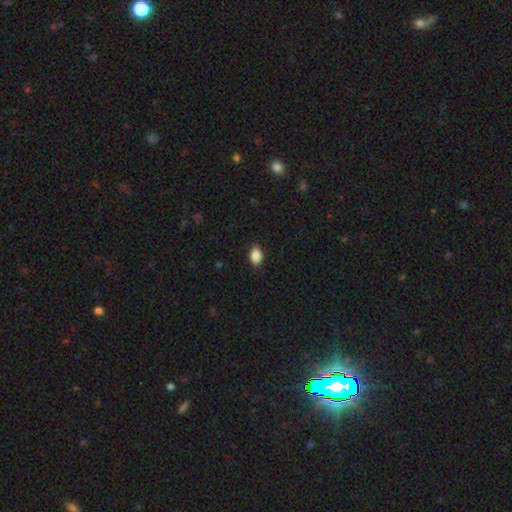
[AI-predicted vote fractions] A smooth galaxy with no disk features (88%) that is in between round and cigar-shaped (88%).

Vote fractions:
- Smooth or featured? smooth: 88% / star or artifact: 8% / featured or disk: 4%
- How rounded? in between: 88% / round: 10% / cigar-shaped: 2%
- Merging? none: 88% / minor disturbance: 9% / major disturbance: 2% / merger: 1%